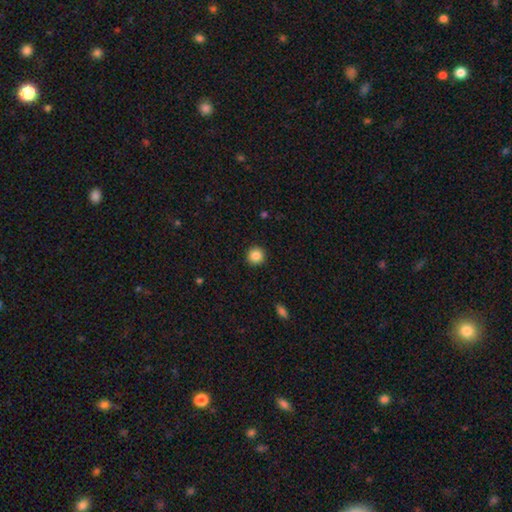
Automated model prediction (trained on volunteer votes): Smooth or featured: smooth — 85% (star or artifact — 10%)
How rounded: round — 95% (in between — 4%)
Merging: none — 93% (minor disturbance — 5%)